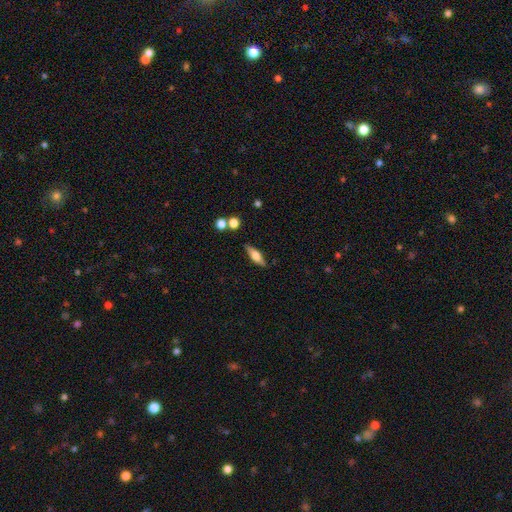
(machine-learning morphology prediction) Smooth or featured? featured or disk (49%)
Merging? none (83%)